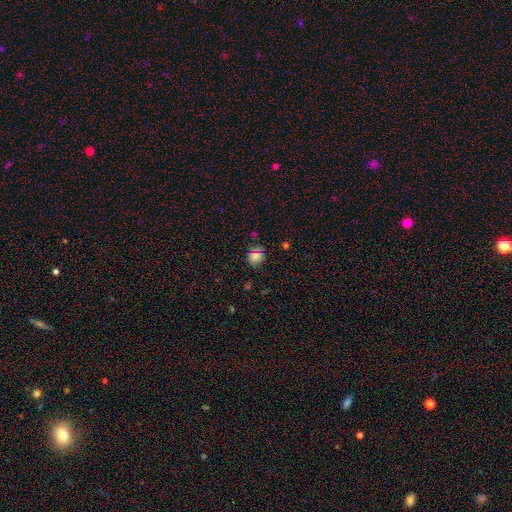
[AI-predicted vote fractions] Smooth or featured?
  - smooth: 76% *
  - star or artifact: 18%
  - featured or disk: 6%
How rounded?
  - round: 77% *
  - in between: 22%
  - cigar-shaped: 1%
Merging?
  - none: 82% *
  - minor disturbance: 13%
  - major disturbance: 3%
  - merger: 2%